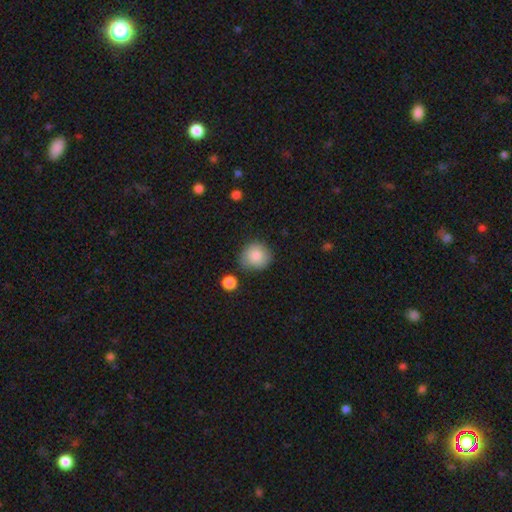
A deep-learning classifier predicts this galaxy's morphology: smooth_or_featured: smooth (p=0.87) [alt: star or artifact p=0.07]
how_rounded: round (p=0.87) [alt: in between p=0.12]
merging: none (p=0.74) [alt: minor disturbance p=0.17]